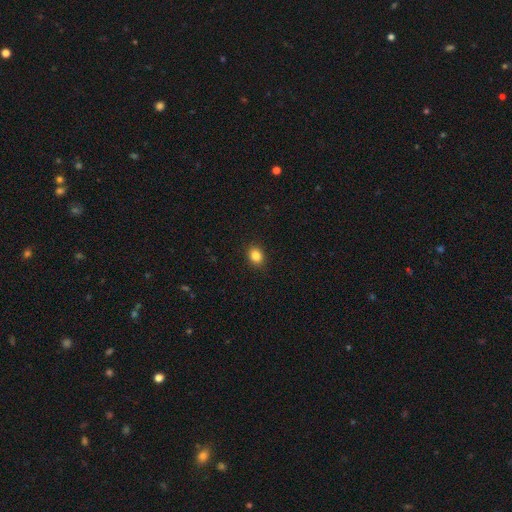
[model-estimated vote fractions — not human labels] smooth_or_featured: smooth (p=0.85) [alt: star or artifact p=0.10]
how_rounded: in between (p=0.57) [alt: round p=0.42]
merging: none (p=0.90) [alt: minor disturbance p=0.07]